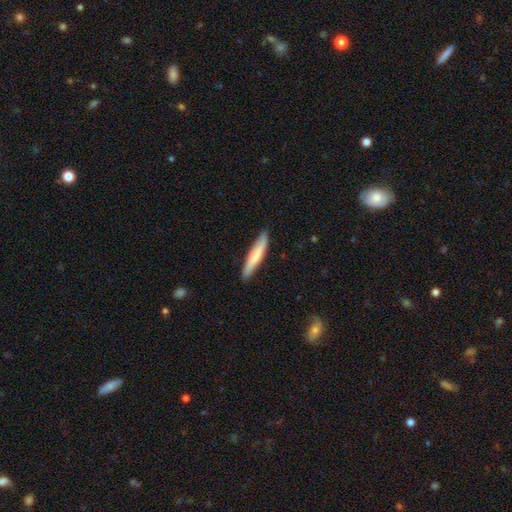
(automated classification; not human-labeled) The model was most divided on "smooth or featured": smooth: 67%, featured or disk: 28%, star or artifact: 5%. More confident: how rounded — cigar-shaped (88%); merging — none (86%).